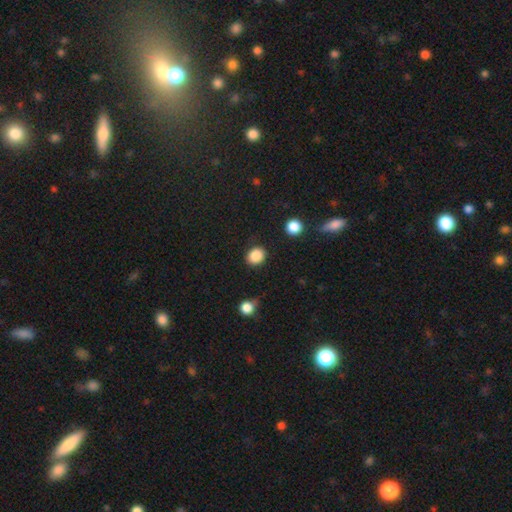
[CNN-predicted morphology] A smooth galaxy with no disk features (87%) that is round (68%).

Vote fractions:
- Smooth or featured? smooth: 87% / star or artifact: 9% / featured or disk: 4%
- How rounded? round: 68% / in between: 31% / cigar-shaped: 1%
- Merging? none: 85% / minor disturbance: 10% / major disturbance: 3% / merger: 2%